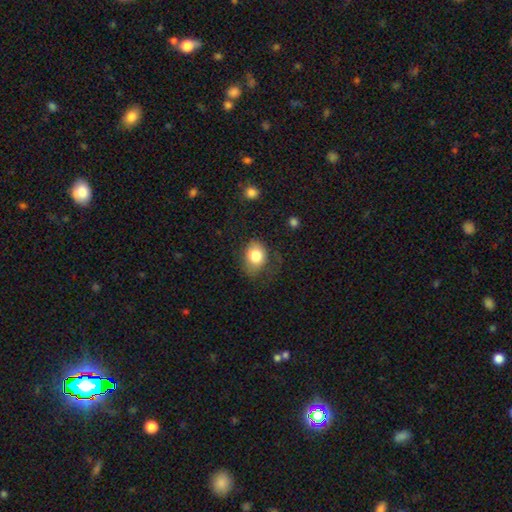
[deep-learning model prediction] smooth_or_featured: smooth (p=0.80) [alt: featured or disk p=0.11]
how_rounded: in between (p=0.59) [alt: round p=0.40]
merging: none (p=0.53) [alt: minor disturbance p=0.29]